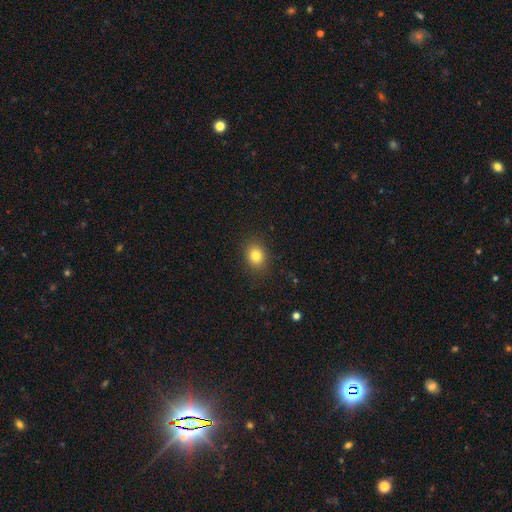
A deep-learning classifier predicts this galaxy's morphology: Smooth or featured? Predicted: smooth (p=0.82). How rounded? Predicted: round (p=0.54). Merging? Predicted: none (p=0.88).